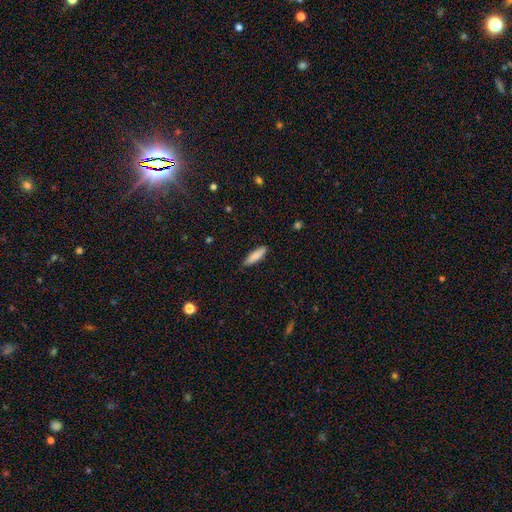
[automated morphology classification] A smooth galaxy with no disk features (85%) that is cigar-shaped (62%). Merging: none (81%).